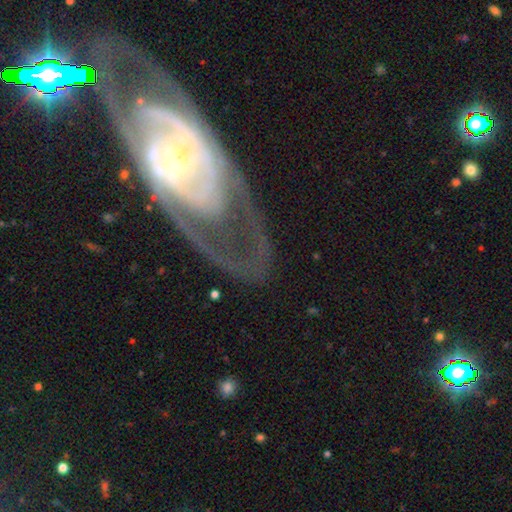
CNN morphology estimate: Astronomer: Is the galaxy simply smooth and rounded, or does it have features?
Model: featured or disk — 83%.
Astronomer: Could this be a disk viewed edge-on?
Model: no — 92%.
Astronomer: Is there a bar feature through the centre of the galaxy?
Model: no — 52% (runner-up: weak, 29%).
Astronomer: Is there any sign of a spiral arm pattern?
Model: yes — 89%.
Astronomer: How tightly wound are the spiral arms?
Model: tight — 56% (runner-up: medium, 33%).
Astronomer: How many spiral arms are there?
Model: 2 — 46% (runner-up: can't tell, 28%).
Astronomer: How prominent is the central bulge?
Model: small — 79%.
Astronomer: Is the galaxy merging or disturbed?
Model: none — 63%.